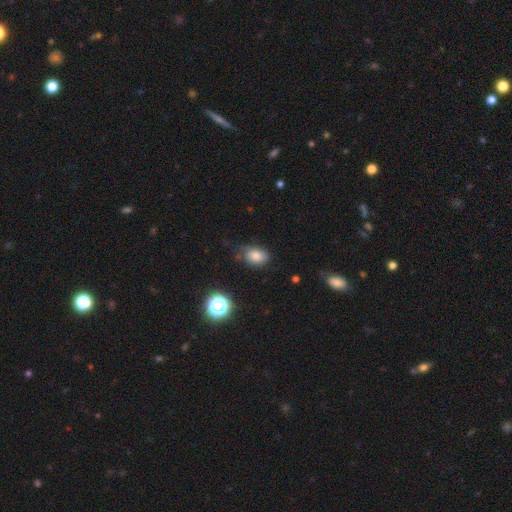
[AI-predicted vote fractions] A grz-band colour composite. It shows a smooth galaxy with no disk features (80%) that is in between round and cigar-shaped (74%). Merging: none (61%).